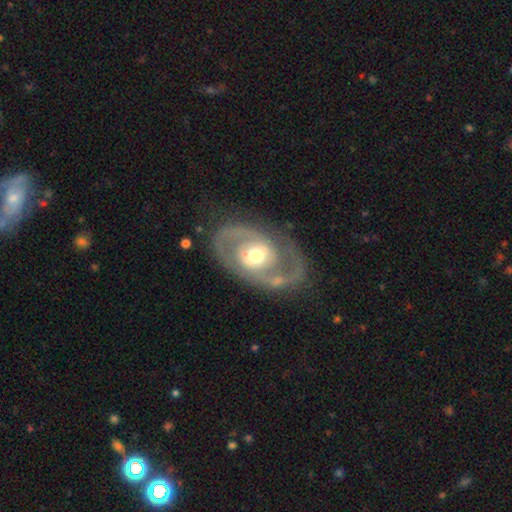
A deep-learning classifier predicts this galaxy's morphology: Q: Smooth or featured?
A: featured or disk (81%); runner-up: smooth (14%)
Q: Edge-on disk?
A: no (95%); runner-up: yes (5%)
Q: Bar?
A: no (56%); runner-up: weak (31%)
Q: Spiral arms?
A: yes (71%); runner-up: no (29%)
Q: Spiral winding?
A: medium (44%); runner-up: tight (36%)
Q: Spiral arm count?
A: 2 (78%); runner-up: can't tell (11%)
Q: Bulge size?
A: moderate (69%); runner-up: small (17%)
Q: Merging?
A: none (75%); runner-up: minor disturbance (14%)